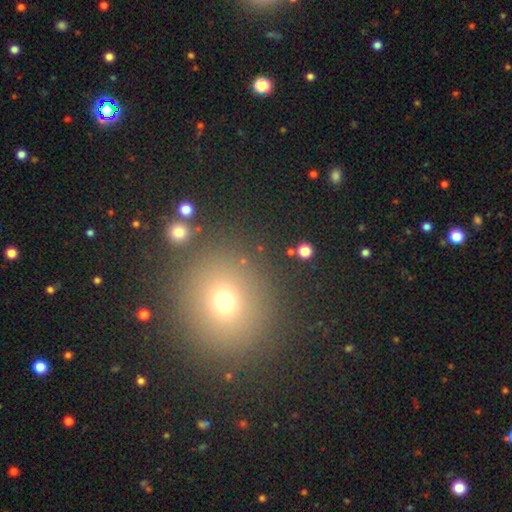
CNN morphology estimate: This appears to be a smooth galaxy with no disk features (61%) that is round (86%). Merging: none (88%).